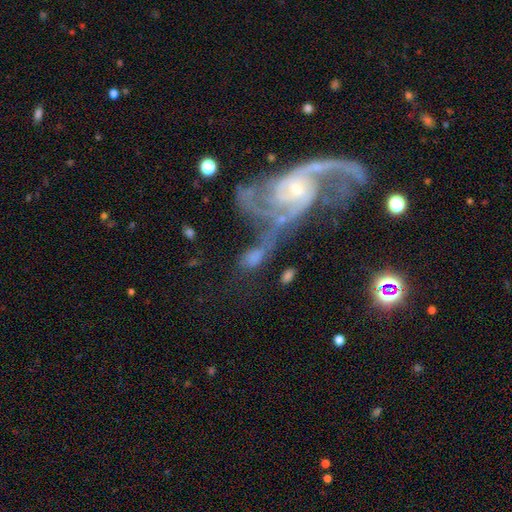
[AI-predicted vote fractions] Smooth or featured: featured or disk — 72% (smooth — 17%)
Edge-on disk: no — 94% (yes — 6%)
Bar: no — 53% (weak — 34%)
Spiral arms: yes — 89% (no — 11%)
Spiral winding: medium — 42% (tight — 29%)
Spiral arm count: 2 — 59% (can't tell — 17%)
Bulge size: small — 59% (moderate — 31%)
Merging: merger — 36% (none — 28%)